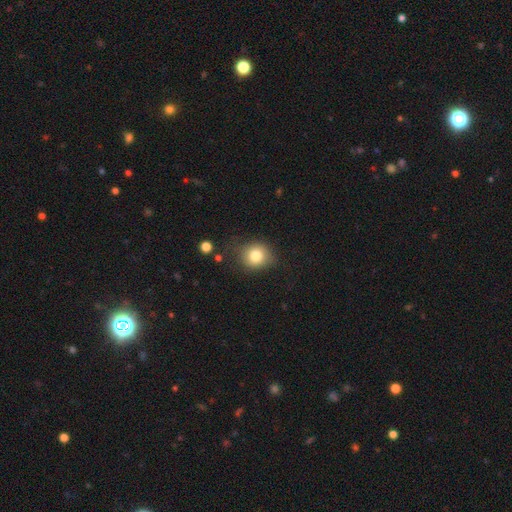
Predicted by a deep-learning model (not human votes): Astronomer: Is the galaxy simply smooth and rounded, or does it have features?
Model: smooth — 80%.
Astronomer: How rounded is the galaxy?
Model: round — 76%.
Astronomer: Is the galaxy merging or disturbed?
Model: none — 73%.